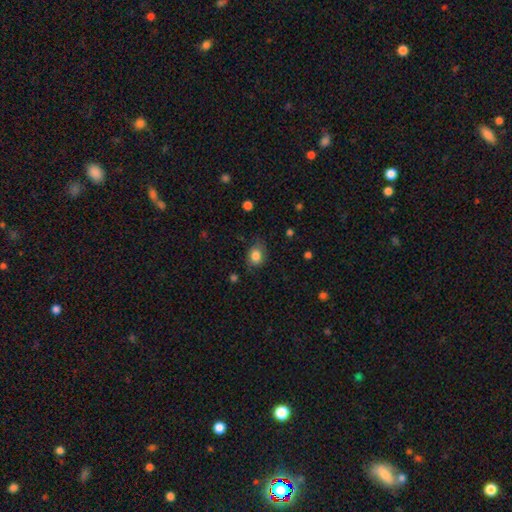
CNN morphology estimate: smooth-or-featured: smooth: 81% | featured or disk: 10% | star or artifact: 9%
  how-rounded: in between: 62% | round: 37% | cigar-shaped: 1%
  merging: none: 69% | minor disturbance: 23% | major disturbance: 6% | merger: 1%